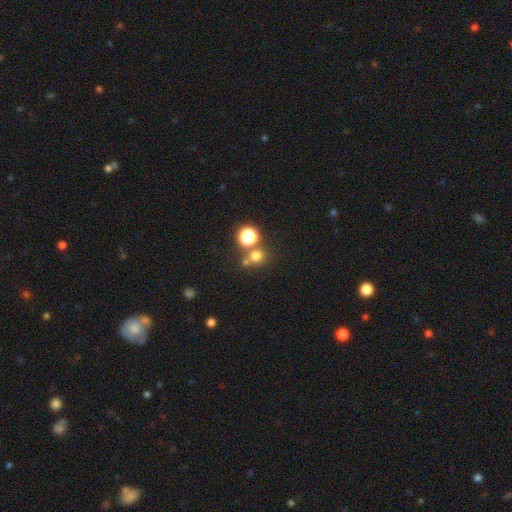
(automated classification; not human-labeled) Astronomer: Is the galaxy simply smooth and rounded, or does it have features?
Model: smooth — 69%.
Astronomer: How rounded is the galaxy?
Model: round — 87%.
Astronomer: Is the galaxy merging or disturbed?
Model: none — 64%.